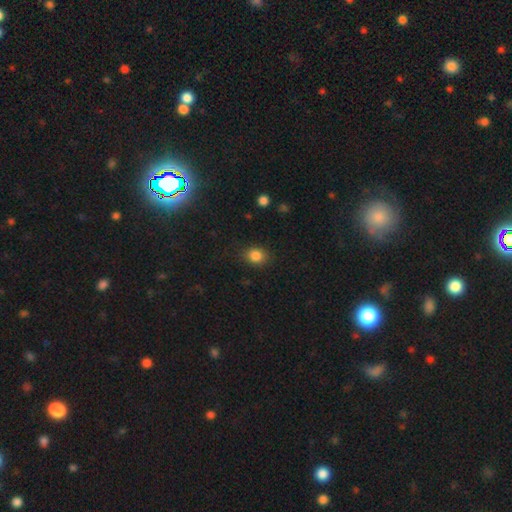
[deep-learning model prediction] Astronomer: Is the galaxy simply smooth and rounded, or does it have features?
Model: smooth — 84%.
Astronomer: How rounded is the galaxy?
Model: round — 60% (runner-up: in between, 39%).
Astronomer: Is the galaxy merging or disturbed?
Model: none — 83%.